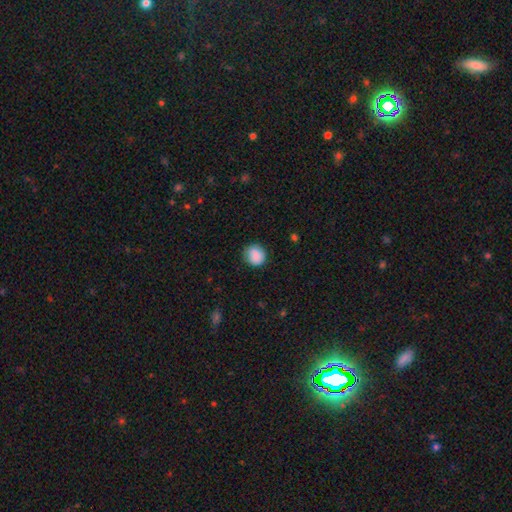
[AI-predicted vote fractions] This appears to be a smooth galaxy with no disk features (87%) that is round (86%). Merging: none (83%).